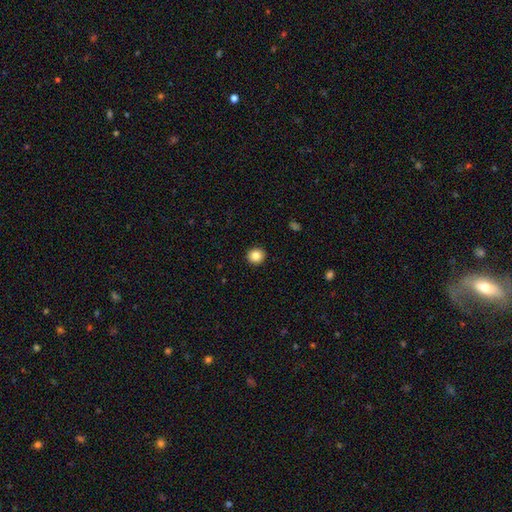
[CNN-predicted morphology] smooth-or-featured: smooth: 84% | star or artifact: 10% | featured or disk: 6%
  how-rounded: round: 91% | in between: 8% | cigar-shaped: 1%
  merging: none: 93% | minor disturbance: 4% | major disturbance: 1% | merger: 1%